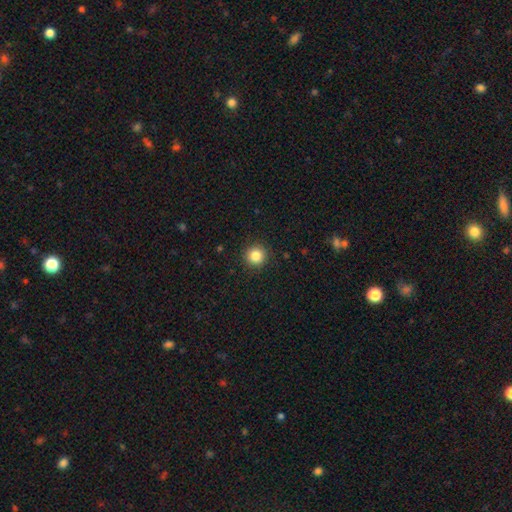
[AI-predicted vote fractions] Smooth or featured?
  - smooth: 85% *
  - star or artifact: 11%
  - featured or disk: 5%
How rounded?
  - round: 95% *
  - in between: 5%
  - cigar-shaped: 1%
Merging?
  - none: 91% *
  - minor disturbance: 6%
  - major disturbance: 2%
  - merger: 1%